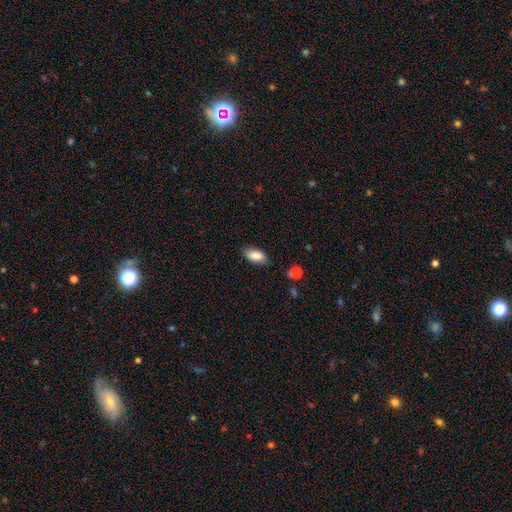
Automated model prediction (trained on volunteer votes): This is clearly a smooth galaxy (86%). How rounded: clearly in between (90%). Merging: clearly none (84%).